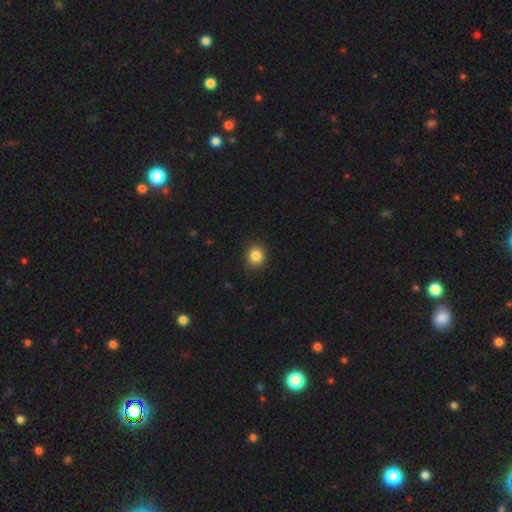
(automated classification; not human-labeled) Smooth or featured? smooth (85%)
How rounded? round (83%)
Merging? none (89%)